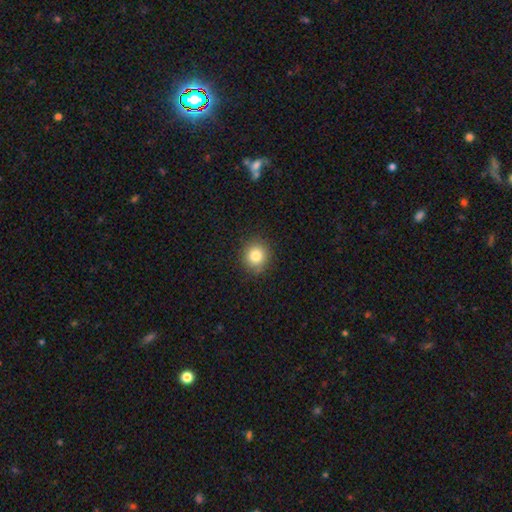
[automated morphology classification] Q: Smooth or featured?
A: smooth (82%); runner-up: star or artifact (11%)
Q: How rounded?
A: round (88%); runner-up: in between (11%)
Q: Merging?
A: none (89%); runner-up: minor disturbance (8%)